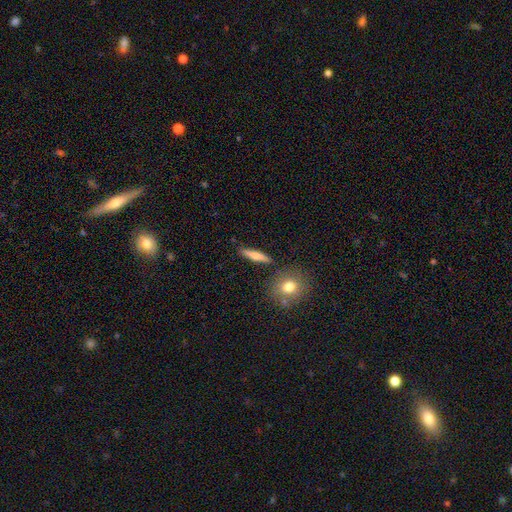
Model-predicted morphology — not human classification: Q: Smooth or featured?
A: smooth (61%); runner-up: featured or disk (31%)
Q: How rounded?
A: cigar-shaped (77%); runner-up: in between (17%)
Q: Merging?
A: none (85%); runner-up: minor disturbance (8%)